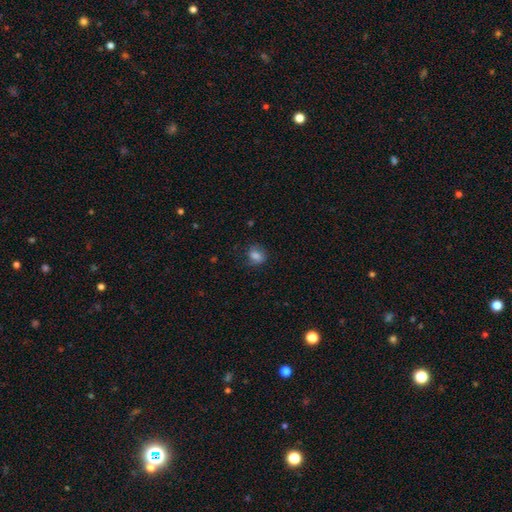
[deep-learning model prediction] Smooth or featured? Predicted: smooth (p=0.79). How rounded? Predicted: in between (p=0.51). Merging? Predicted: none (p=0.66).